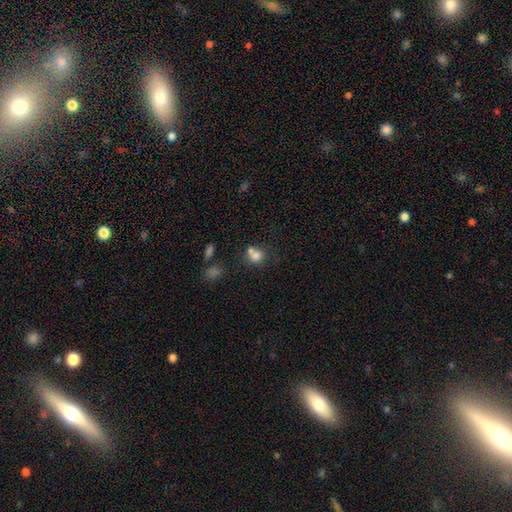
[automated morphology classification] Smooth or featured?
  - smooth: 77% *
  - star or artifact: 12%
  - featured or disk: 11%
How rounded?
  - round: 75% *
  - in between: 24%
  - cigar-shaped: 1%
Merging?
  - merger: 45% *
  - none: 38%
  - minor disturbance: 11%
  - major disturbance: 6%